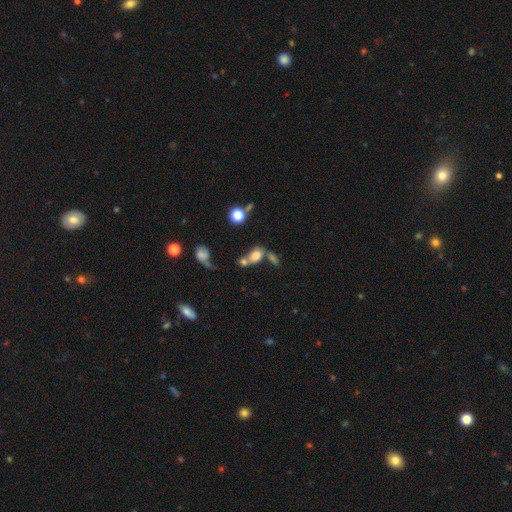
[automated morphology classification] This appears to be a smooth galaxy with no disk features (72%) that is in between round and cigar-shaped (73%). Merging: merger (48%).